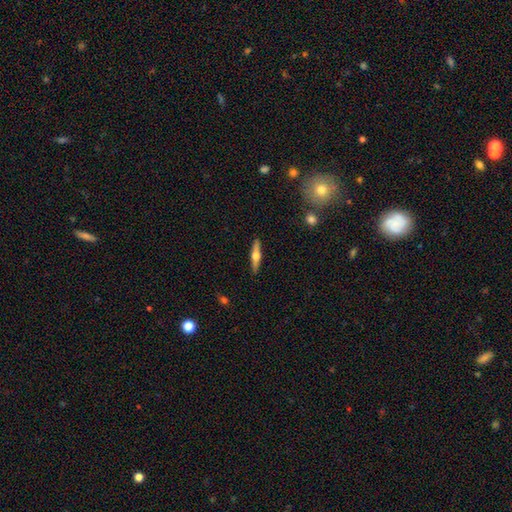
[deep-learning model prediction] Smooth or featured?
  - featured or disk: 62% *
  - smooth: 32%
  - star or artifact: 6%
Edge-on disk?
  - yes: 97% *
  - no: 3%
Edge-on bulge?
  - rounded: 94% *
  - boxy: 4%
  - none: 3%
Merging?
  - none: 91% *
  - minor disturbance: 6%
  - major disturbance: 1%
  - merger: 1%